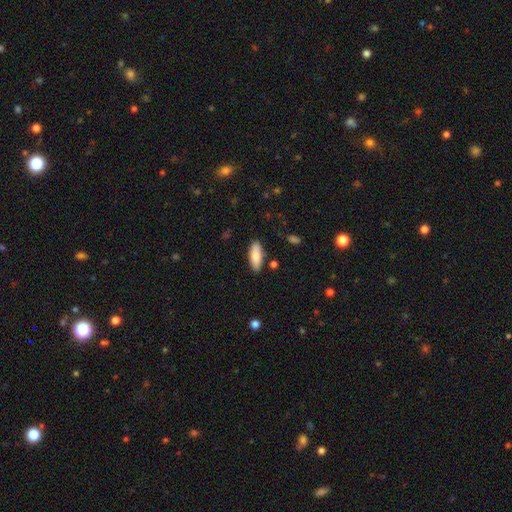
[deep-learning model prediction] Overall: smooth (83%). How rounded: in between (71%). Merging: none (84%).